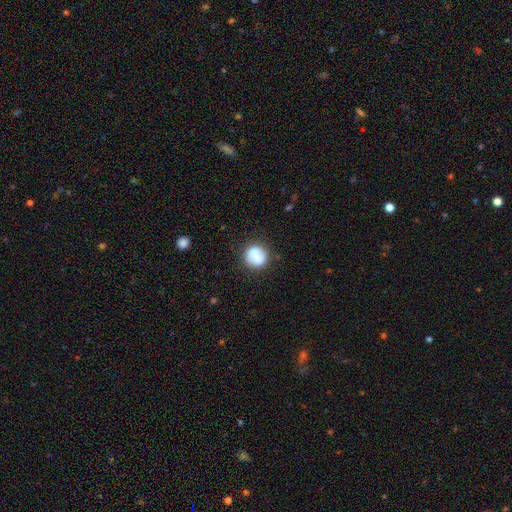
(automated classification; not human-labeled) Smooth or featured: smooth — 75% (featured or disk — 17%)
How rounded: round — 86% (in between — 13%)
Merging: none — 76% (minor disturbance — 15%)